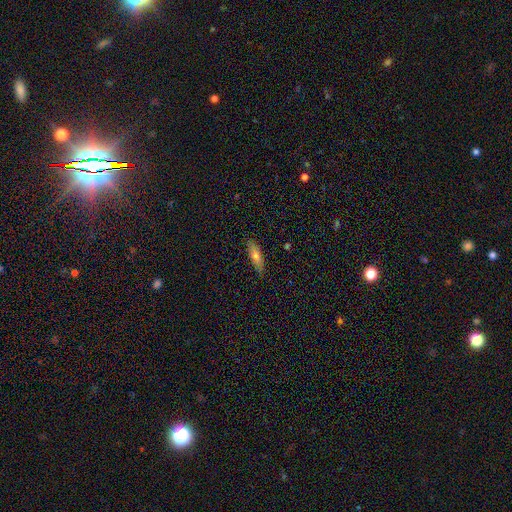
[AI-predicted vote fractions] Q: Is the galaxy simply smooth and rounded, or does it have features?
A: smooth — 64%.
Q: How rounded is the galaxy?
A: cigar-shaped — 57%.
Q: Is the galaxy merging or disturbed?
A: none — 86%.